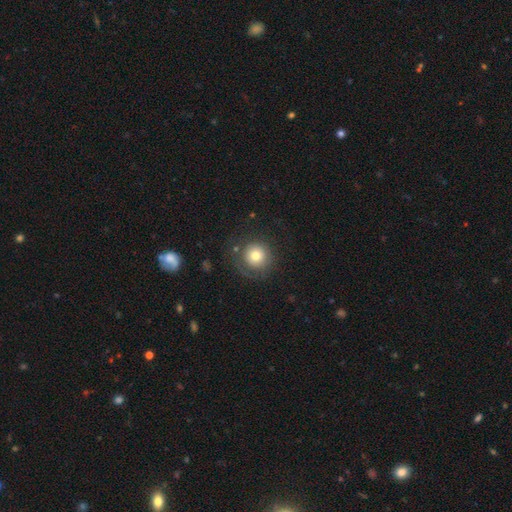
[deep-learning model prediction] This is likely a smooth galaxy (71%). How rounded: clearly round (94%). Merging: likely none (70%).